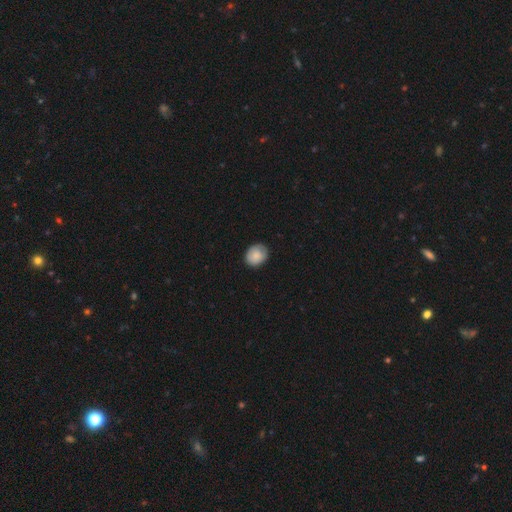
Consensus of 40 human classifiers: Smooth or featured: smooth — 85% (featured or disk — 10%)
How rounded: round — 62% (in between — 38%)
Merging: none — 82% (minor disturbance — 18%)